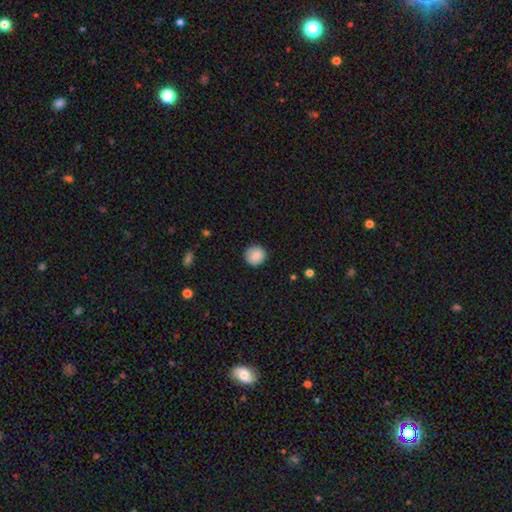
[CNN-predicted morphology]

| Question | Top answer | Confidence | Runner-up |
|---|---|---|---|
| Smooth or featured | smooth | 87% | star or artifact (8%) |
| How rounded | round | 92% | in between (7%) |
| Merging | none | 89% | minor disturbance (8%) |